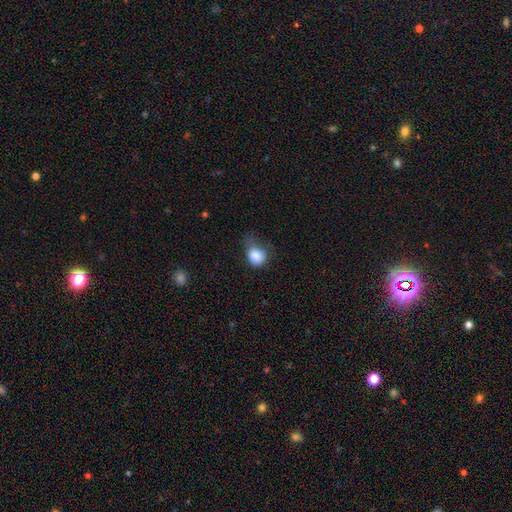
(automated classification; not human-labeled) This appears to be a smooth galaxy with no disk features (82%) that is round (66%). Merging: minor disturbance (40%).